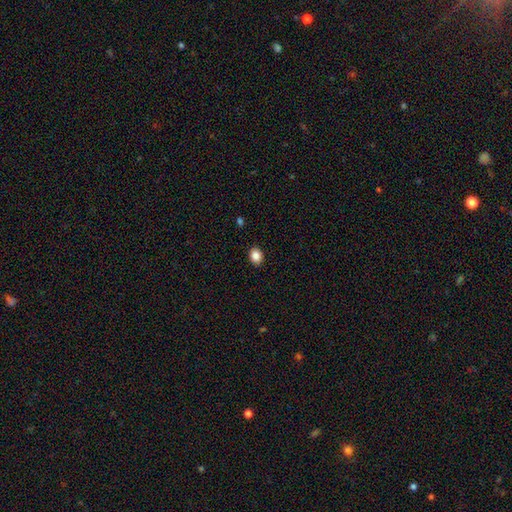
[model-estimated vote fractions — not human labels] This appears to be a smooth galaxy with no disk features (87%) that is in between round and cigar-shaped (51%). Merging: none (90%).